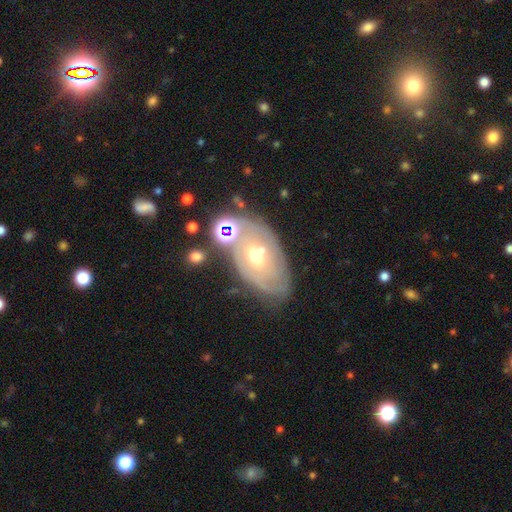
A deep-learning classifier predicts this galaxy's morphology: This is likely a featured or disk galaxy (69%). It is clearly not viewed edge-on (93%). Bar: likely no (71%). Spiral arm pattern: likely yes (73%). Central bulge: possibly moderate (58%). Merging: likely none (61%).